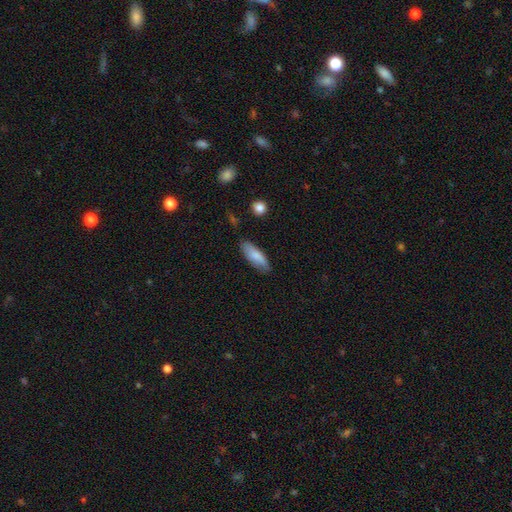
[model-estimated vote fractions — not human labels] A smooth galaxy with no disk features (81%) that is in between round and cigar-shaped (62%).

Vote fractions:
- Smooth or featured? smooth: 81% / featured or disk: 13% / star or artifact: 6%
- How rounded? in between: 62% / cigar-shaped: 36% / round: 2%
- Merging? none: 79% / minor disturbance: 16% / major disturbance: 3% / merger: 2%